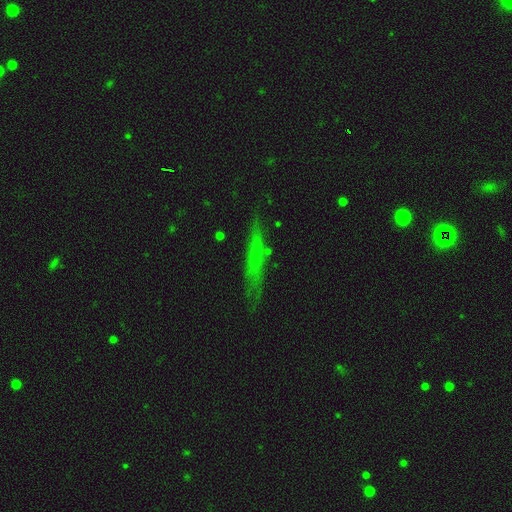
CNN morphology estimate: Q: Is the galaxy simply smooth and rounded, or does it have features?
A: smooth — 54%.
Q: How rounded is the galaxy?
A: cigar-shaped — 90%.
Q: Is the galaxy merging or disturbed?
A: none — 77%.